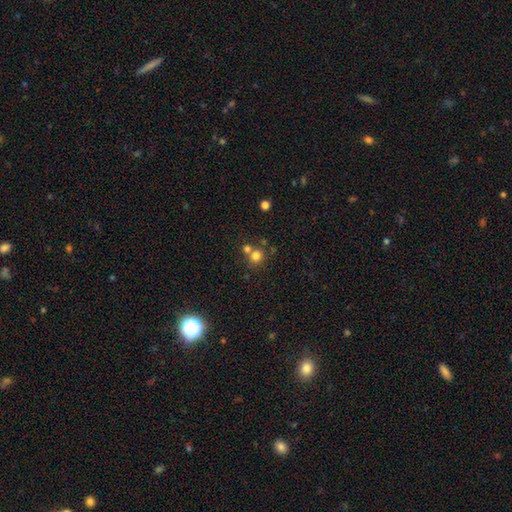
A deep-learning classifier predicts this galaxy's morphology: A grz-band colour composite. It shows a smooth galaxy with no disk features (76%) that is round (88%). Merging: none (56%).